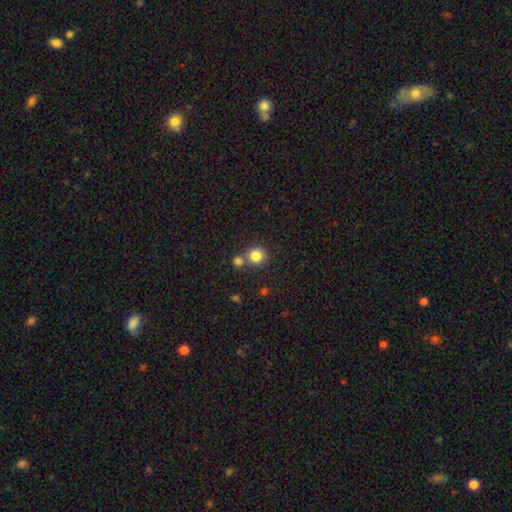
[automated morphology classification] smooth_or_featured: smooth (p=0.83) [alt: star or artifact p=0.11]
how_rounded: round (p=0.91) [alt: in between p=0.08]
merging: none (p=0.65) [alt: merger p=0.25]